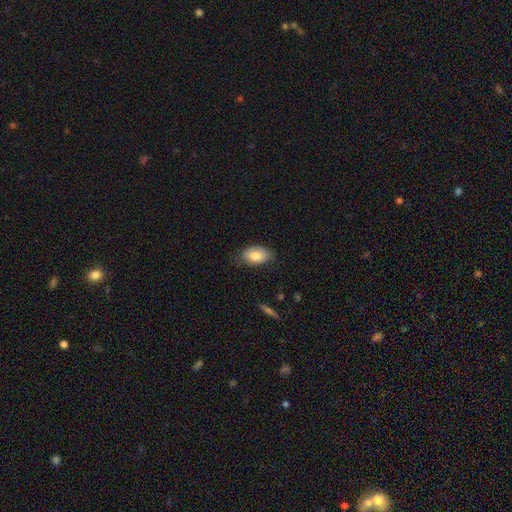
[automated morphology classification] A smooth galaxy with no disk features (81%) that is in between round and cigar-shaped (92%).

Vote fractions:
- Smooth or featured? smooth: 81% / featured or disk: 12% / star or artifact: 7%
- How rounded? in between: 92% / round: 7% / cigar-shaped: 2%
- Merging? none: 72% / minor disturbance: 22% / major disturbance: 4% / merger: 1%